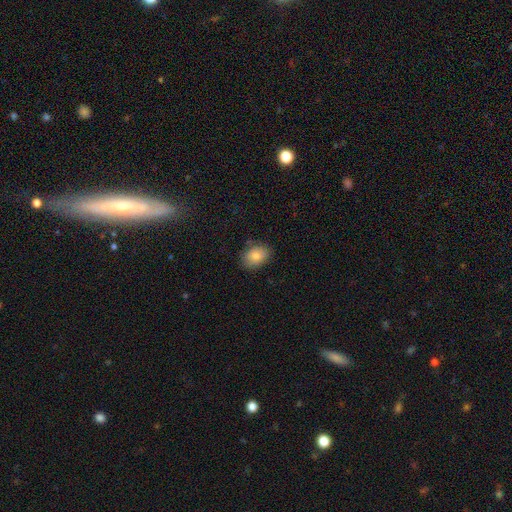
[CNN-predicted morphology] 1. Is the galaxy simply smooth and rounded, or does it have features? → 83% smooth, 9% featured or disk, 8% star or artifact.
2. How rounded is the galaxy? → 70% in between, 29% round, 1% cigar-shaped.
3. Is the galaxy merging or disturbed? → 79% none, 16% minor disturbance, 3% major disturbance, 2% merger.